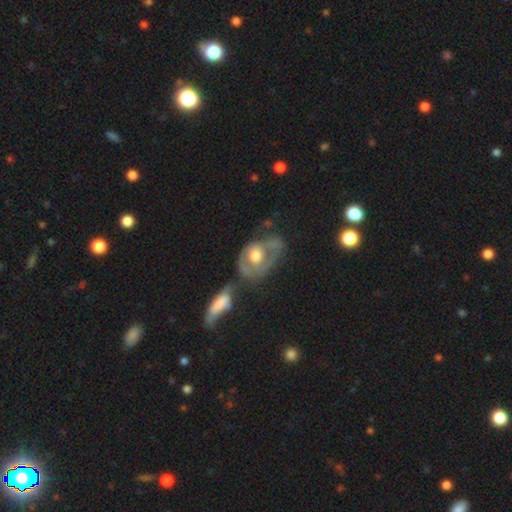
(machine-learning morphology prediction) Smooth or featured? Predicted: featured or disk (p=0.59). Edge-on disk? Predicted: no (p=0.94). Bar? Predicted: no (p=0.82). Spiral arms? Predicted: no (p=0.57). Bulge size? Predicted: moderate (p=0.57). Merging? Predicted: merger (p=0.31).